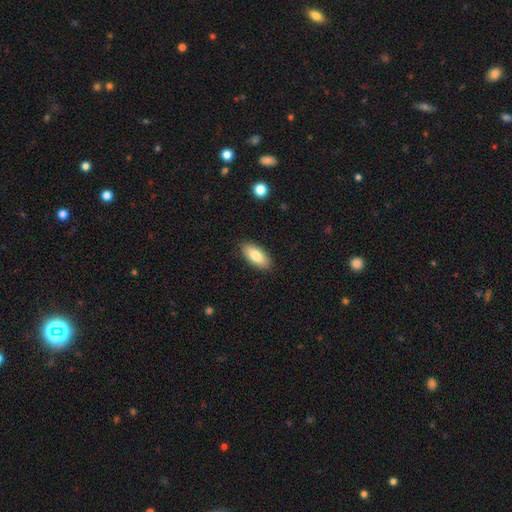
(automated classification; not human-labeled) A smooth galaxy with no disk features (81%) that is in between round and cigar-shaped (86%). Merging: none (88%).